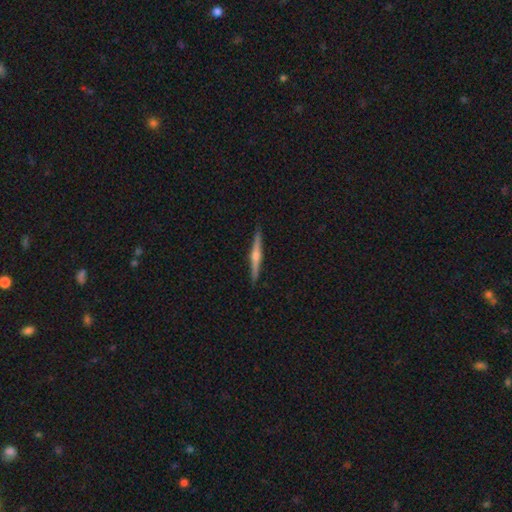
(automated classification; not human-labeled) A featured or disk galaxy (75%) viewed edge-on (98%) with a rounded central bulge (88%).

Vote fractions:
- Smooth or featured? featured or disk: 75% / smooth: 20% / star or artifact: 5%
- Edge-on disk? yes: 98% / no: 2%
- Edge-on bulge? rounded: 88% / none: 6% / boxy: 6%
- Merging? none: 92% / minor disturbance: 6% / major disturbance: 1% / merger: 1%